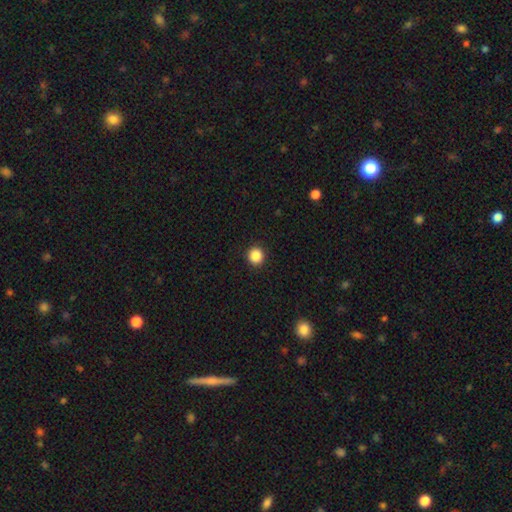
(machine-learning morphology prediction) Overall: smooth (87%). How rounded: round (93%). Merging: none (93%).